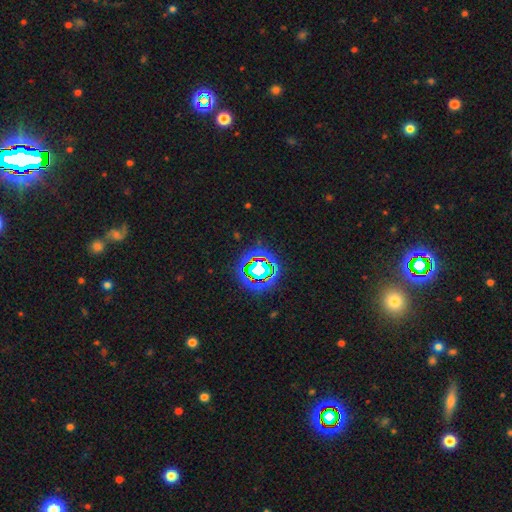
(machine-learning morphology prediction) smooth_or_featured: star or artifact (p=0.79) [alt: smooth p=0.13]